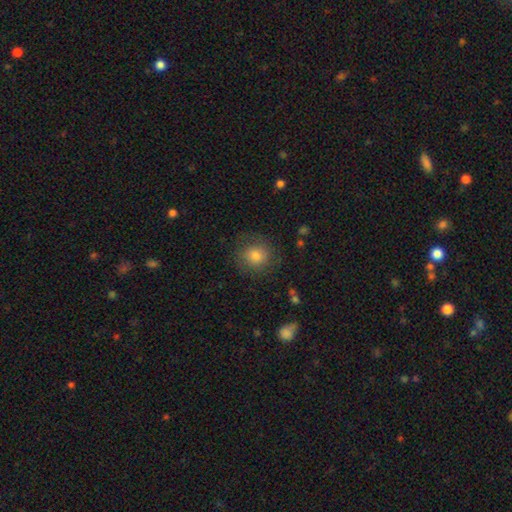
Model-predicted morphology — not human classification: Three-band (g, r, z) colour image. It shows a smooth galaxy with no disk features (76%) that is round (88%). Merging: none (81%).